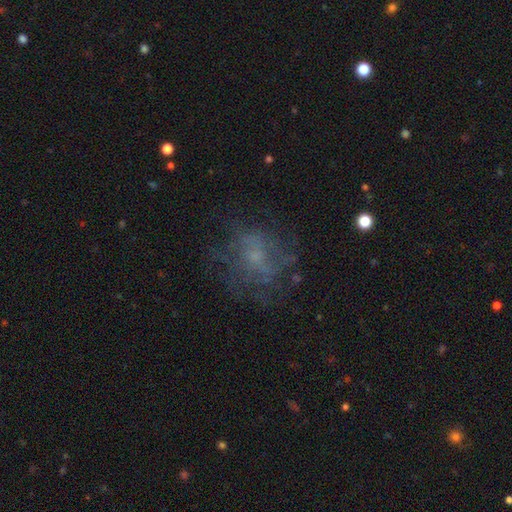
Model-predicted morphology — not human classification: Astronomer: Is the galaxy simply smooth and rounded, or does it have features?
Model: featured or disk — 47% (runner-up: smooth, 32%).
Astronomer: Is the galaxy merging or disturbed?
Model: none — 64%.